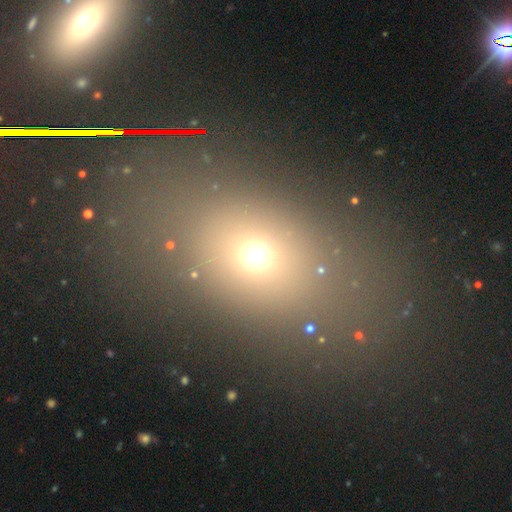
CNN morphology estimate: Smooth or featured? smooth (64%)
How rounded? in between (68%)
Merging? none (77%)